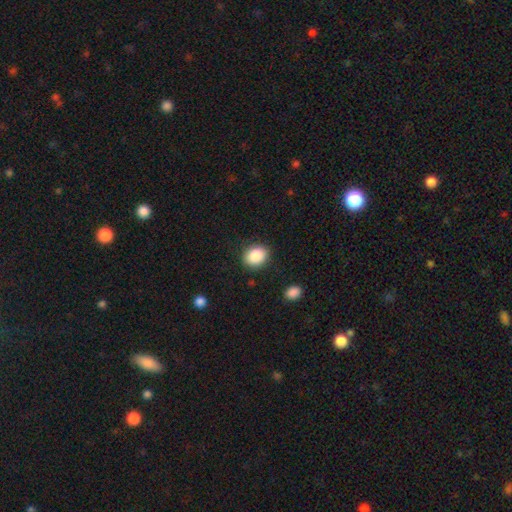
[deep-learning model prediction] Smooth or featured? smooth (88%)
How rounded? round (52%)
Merging? none (87%)